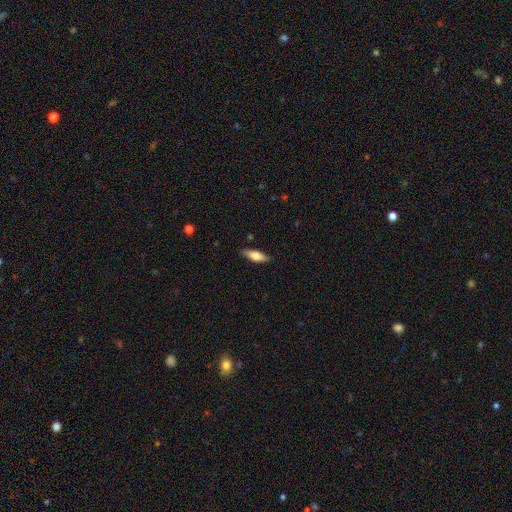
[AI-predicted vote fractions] A smooth galaxy with no disk features (68%) that is in between round and cigar-shaped (62%).

Vote fractions:
- Smooth or featured? smooth: 68% / featured or disk: 26% / star or artifact: 6%
- How rounded? in between: 62% / cigar-shaped: 36% / round: 2%
- Merging? none: 85% / minor disturbance: 12% / major disturbance: 2% / merger: 1%